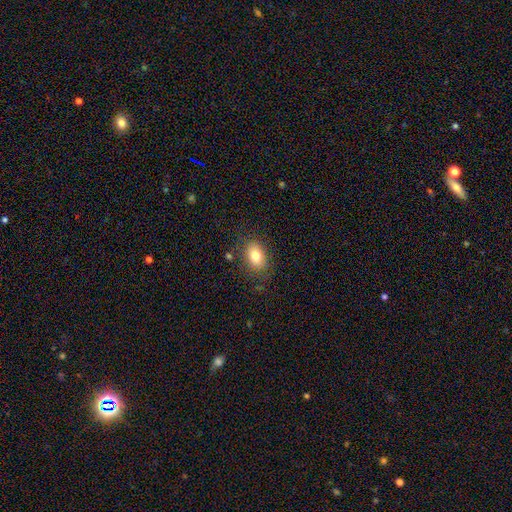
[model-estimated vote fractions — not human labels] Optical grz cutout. It shows a smooth galaxy with no disk features (80%) that is in between round and cigar-shaped (81%). Merging: none (80%).